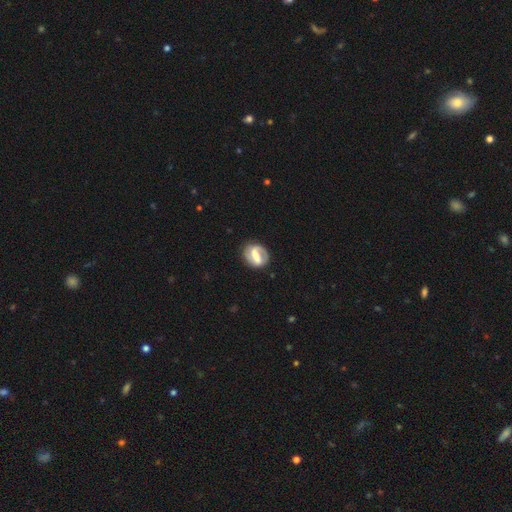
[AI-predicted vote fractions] Smooth or featured?
  - featured or disk: 63% *
  - smooth: 30%
  - star or artifact: 7%
Edge-on disk?
  - no: 95% *
  - yes: 5%
Bar?
  - strong: 70% *
  - weak: 21%
  - no: 9%
Spiral arms?
  - yes: 67% *
  - no: 33%
Bulge size?
  - none: 30% *
  - moderate: 25%
  - large: 23%
  - small: 18%
  - dominant: 5%
Merging?
  - none: 75% *
  - minor disturbance: 16%
  - major disturbance: 8%
  - merger: 2%